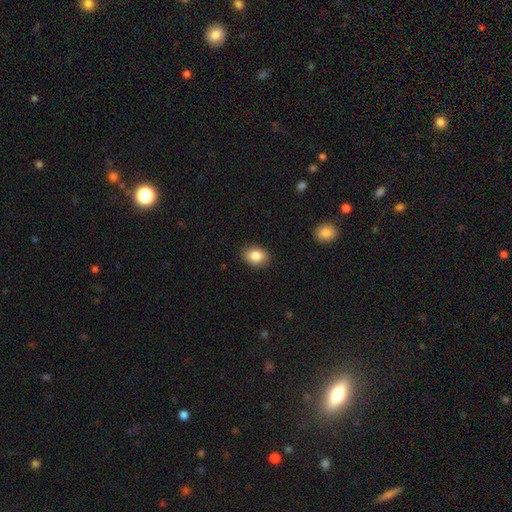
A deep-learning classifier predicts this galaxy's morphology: smooth 86%, star or artifact 8%, featured or disk 6%. Down the decision tree: how rounded — in between (65%); merging — none (87%).